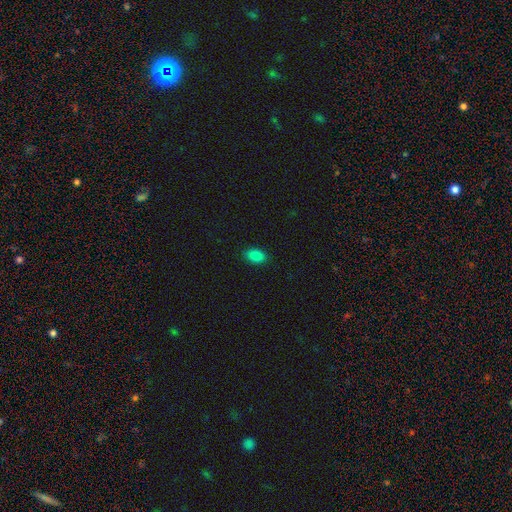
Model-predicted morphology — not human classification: Smooth or featured? smooth (86%)
How rounded? in between (90%)
Merging? none (88%)